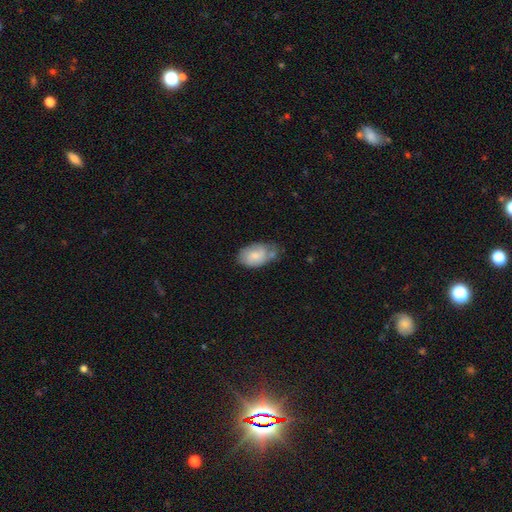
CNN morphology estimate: Smooth or featured?
  - smooth: 70% *
  - featured or disk: 24%
  - star or artifact: 7%
How rounded?
  - in between: 89% *
  - round: 9%
  - cigar-shaped: 1%
Merging?
  - none: 40% *
  - minor disturbance: 38%
  - major disturbance: 11%
  - merger: 11%